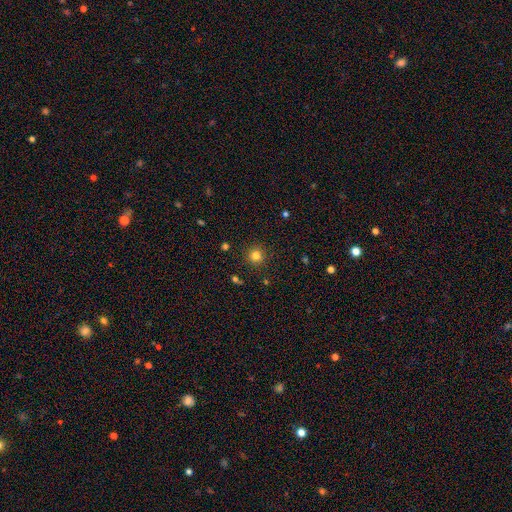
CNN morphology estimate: Smooth or featured? Predicted: smooth (p=0.80). How rounded? Predicted: round (p=0.94). Merging? Predicted: none (p=0.90).